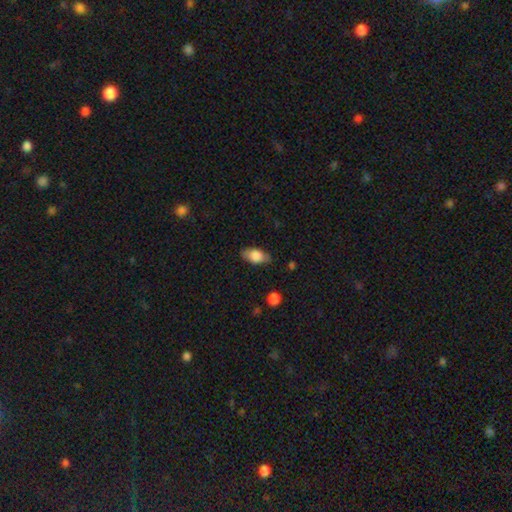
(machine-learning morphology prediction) This appears to be a smooth galaxy with no disk features (77%) that is in between round and cigar-shaped (90%). Merging: none (81%).